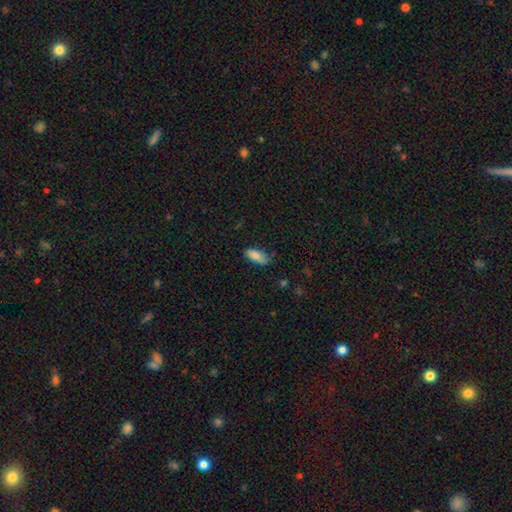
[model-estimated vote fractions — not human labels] Overall: smooth (84%). How rounded: in between (79%). Merging: none (71%).